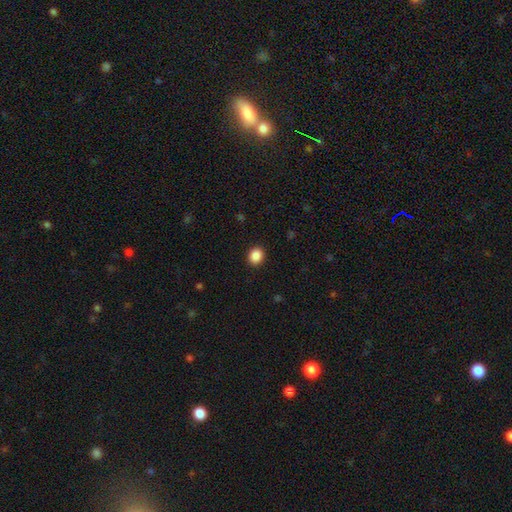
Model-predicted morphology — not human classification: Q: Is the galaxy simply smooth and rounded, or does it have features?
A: smooth — 88%.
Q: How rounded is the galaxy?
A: round — 70%.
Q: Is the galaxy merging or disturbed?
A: none — 91%.